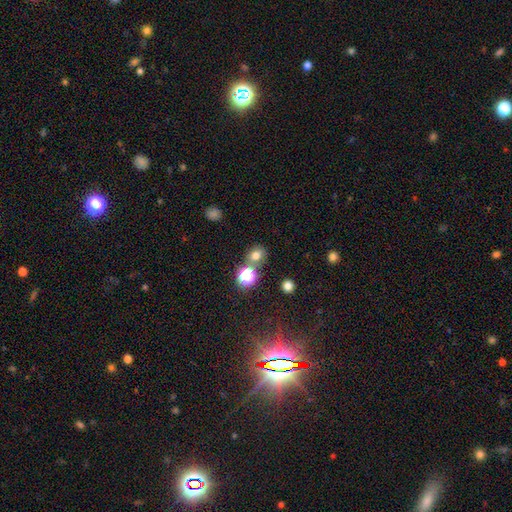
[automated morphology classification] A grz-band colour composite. It shows a smooth galaxy with no disk features (70%) that is round (70%). Merging: none (69%).